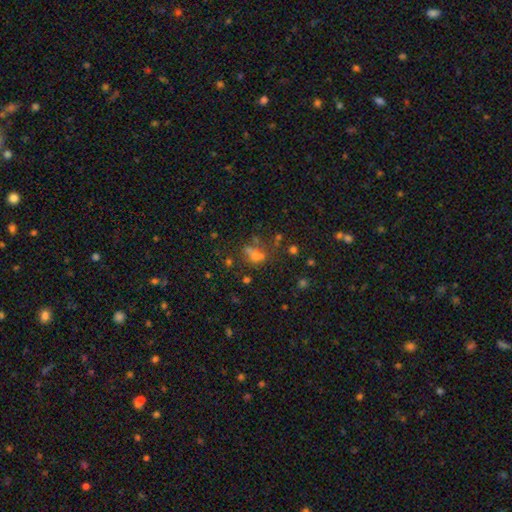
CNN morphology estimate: Q: Smooth or featured?
A: smooth (52%); runner-up: star or artifact (28%)
Q: How rounded?
A: round (49%); runner-up: in between (48%)
Q: Merging?
A: none (42%); runner-up: merger (30%)